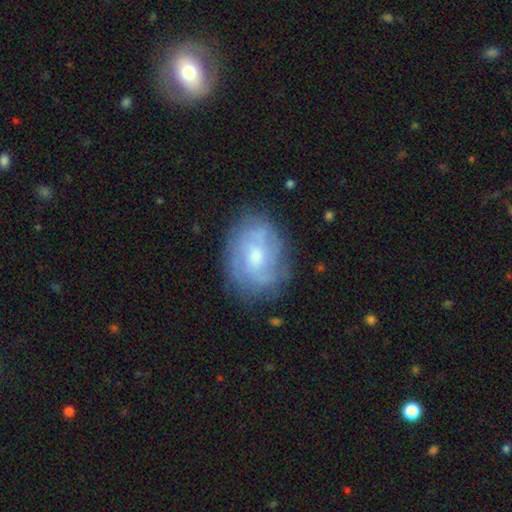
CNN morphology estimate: smooth_or_featured: featured or disk (p=0.64) [alt: smooth p=0.28]
disk_edge_on: no (p=0.96) [alt: yes p=0.04]
bar: no (p=0.66) [alt: weak p=0.30]
has_spiral_arms: yes (p=0.73) [alt: no p=0.27]
bulge_size: moderate (p=0.50) [alt: small p=0.40]
merging: none (p=0.71) [alt: minor disturbance p=0.19]